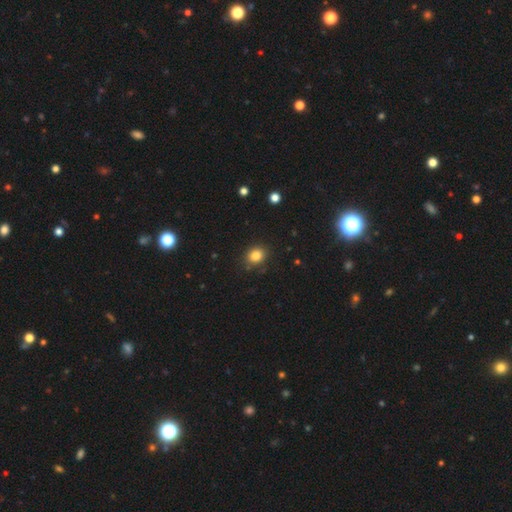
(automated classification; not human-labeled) A smooth galaxy with no disk features (83%) that is round (63%). Merging: none (86%).